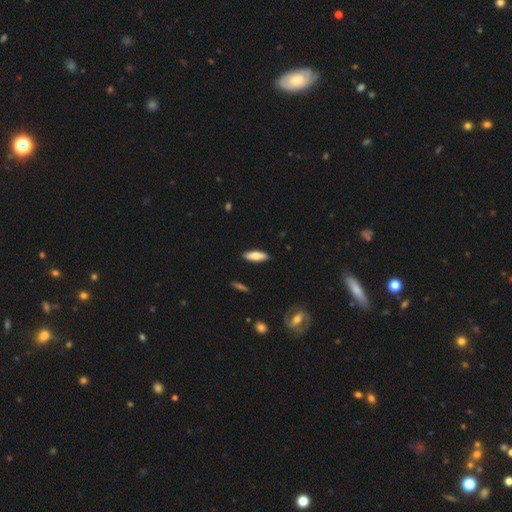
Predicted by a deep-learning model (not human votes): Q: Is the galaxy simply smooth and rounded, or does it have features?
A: smooth — 68%.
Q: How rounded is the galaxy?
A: cigar-shaped — 50%.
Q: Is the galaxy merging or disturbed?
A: none — 89%.